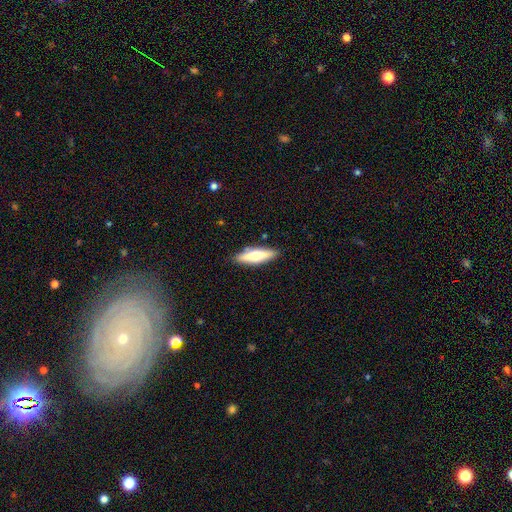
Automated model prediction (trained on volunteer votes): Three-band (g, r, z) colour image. It shows a smooth galaxy with no disk features (57%) that is cigar-shaped (61%). Merging: none (86%).